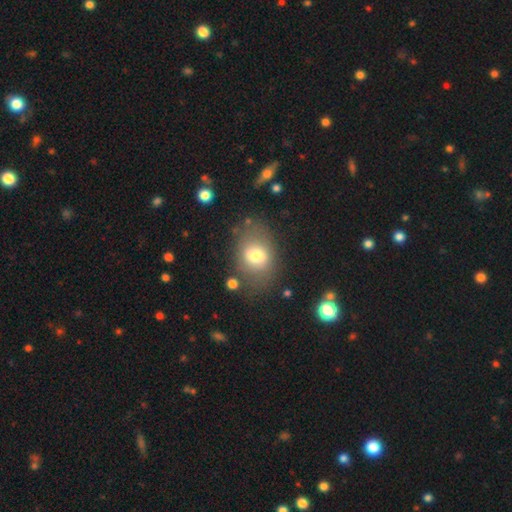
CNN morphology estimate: Smooth or featured: smooth — 71% (featured or disk — 17%)
How rounded: in between — 61% (round — 37%)
Merging: none — 71% (minor disturbance — 16%)